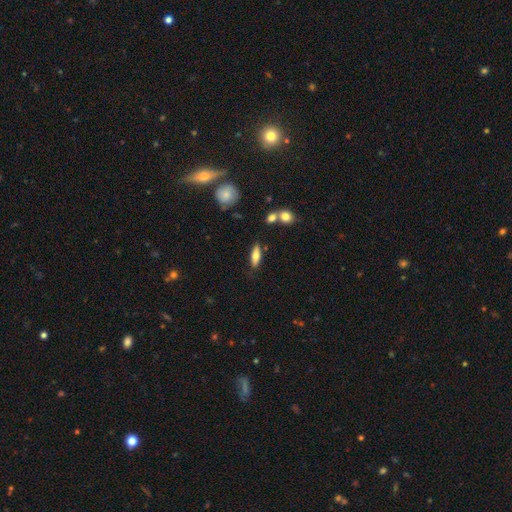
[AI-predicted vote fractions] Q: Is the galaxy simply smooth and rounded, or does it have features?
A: smooth — 69%.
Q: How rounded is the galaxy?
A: in between — 62%.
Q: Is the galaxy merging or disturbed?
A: none — 81%.